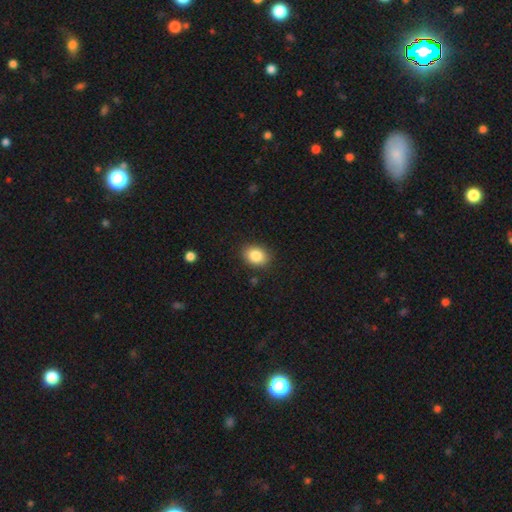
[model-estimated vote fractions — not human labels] smooth_or_featured: smooth (p=0.86) [alt: star or artifact p=0.09]
how_rounded: in between (p=0.62) [alt: round p=0.37]
merging: none (p=0.87) [alt: minor disturbance p=0.09]